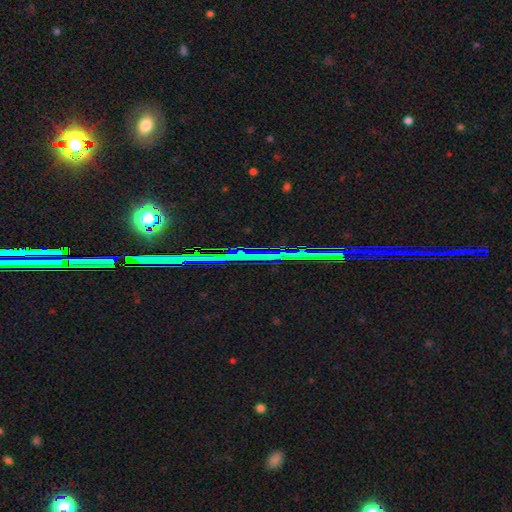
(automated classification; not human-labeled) The model was most divided on "smooth or featured": star or artifact: 84%, featured or disk: 9%, smooth: 7%.